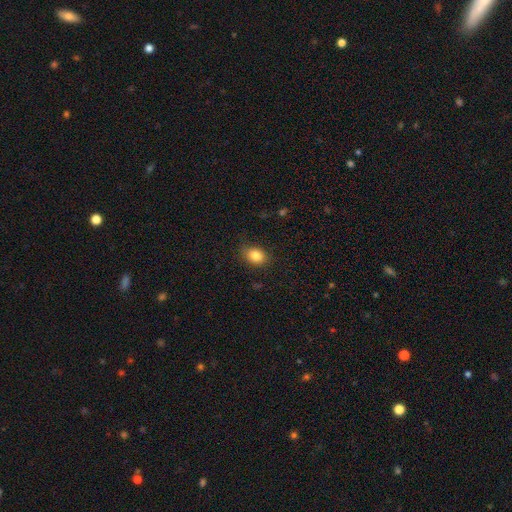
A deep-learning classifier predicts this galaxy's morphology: Overall: smooth (84%). How rounded: in between (62%; round 37%). Merging: none (81%).